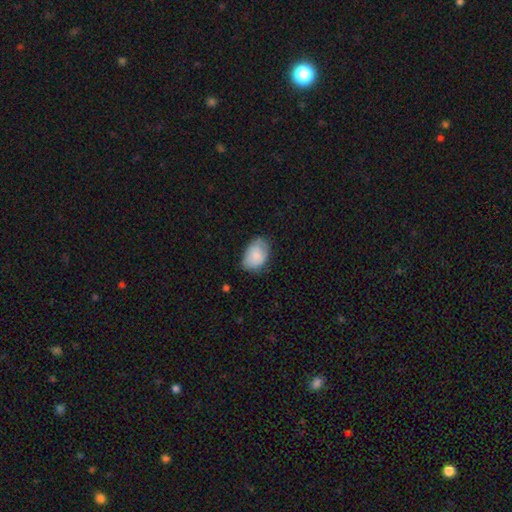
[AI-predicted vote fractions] Smooth or featured?
  - smooth: 79% *
  - featured or disk: 15%
  - star or artifact: 7%
How rounded?
  - in between: 85% *
  - round: 14%
  - cigar-shaped: 1%
Merging?
  - none: 64% *
  - minor disturbance: 29%
  - major disturbance: 6%
  - merger: 1%